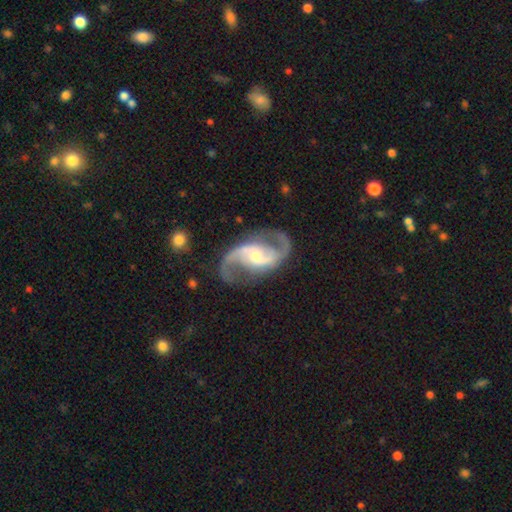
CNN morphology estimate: smooth_or_featured: featured or disk (p=0.93) [alt: star or artifact p=0.04]
disk_edge_on: no (p=0.98) [alt: yes p=0.02]
bar: weak (p=0.44) [alt: no p=0.32]
has_spiral_arms: yes (p=0.98) [alt: no p=0.02]
spiral_winding: medium (p=0.49) [alt: loose p=0.42]
spiral_arm_count: 2 (p=0.94) [alt: can't tell p=0.01]
bulge_size: moderate (p=0.48) [alt: small p=0.45]
merging: none (p=0.79) [alt: minor disturbance p=0.13]